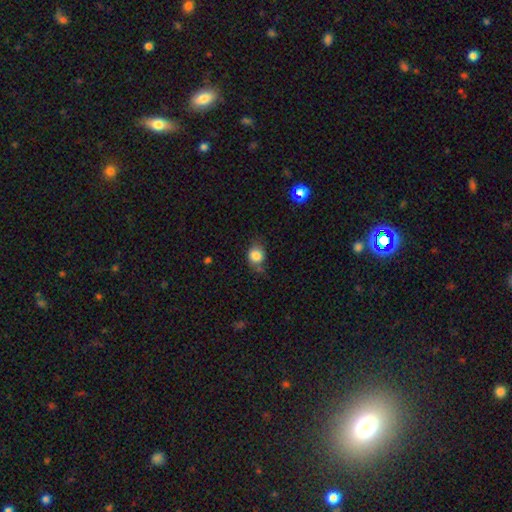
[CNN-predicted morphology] smooth 83%, star or artifact 9%, featured or disk 8%. Down the decision tree: how rounded — round (56%); merging — none (56%).